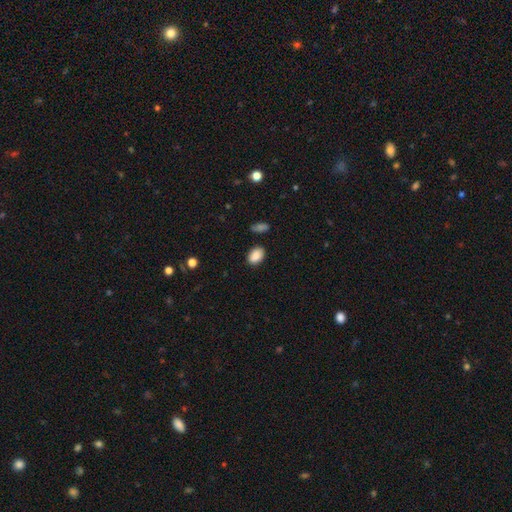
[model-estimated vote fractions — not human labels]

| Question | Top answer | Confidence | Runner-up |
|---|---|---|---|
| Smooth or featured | smooth | 88% | star or artifact (8%) |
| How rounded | in between | 82% | round (16%) |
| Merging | none | 82% | minor disturbance (12%) |